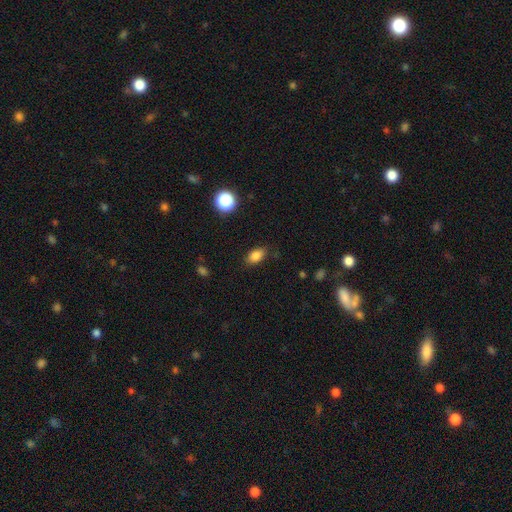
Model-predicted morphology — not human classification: smooth 85%, star or artifact 10%, featured or disk 5%. Down the decision tree: how rounded — in between (87%); merging — none (83%).